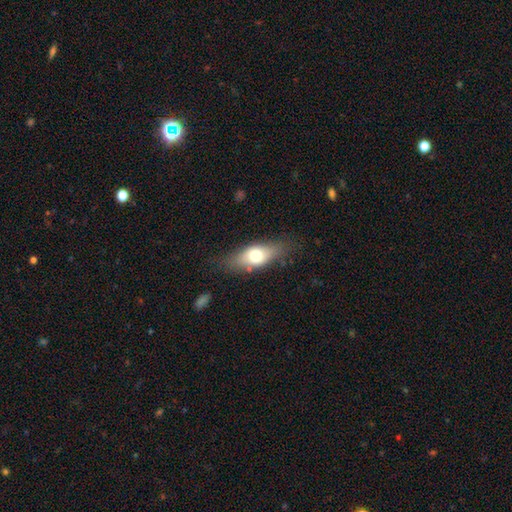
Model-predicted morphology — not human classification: smooth 63%, featured or disk 29%, star or artifact 7%. Down the decision tree: how rounded — in between (74%); merging — none (74%).